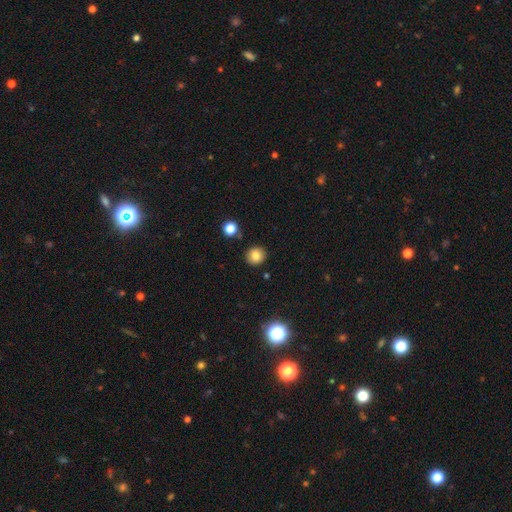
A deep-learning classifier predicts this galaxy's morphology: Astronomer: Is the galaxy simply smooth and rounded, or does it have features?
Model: smooth — 82%.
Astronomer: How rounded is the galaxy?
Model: round — 91%.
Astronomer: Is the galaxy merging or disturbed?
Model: none — 90%.